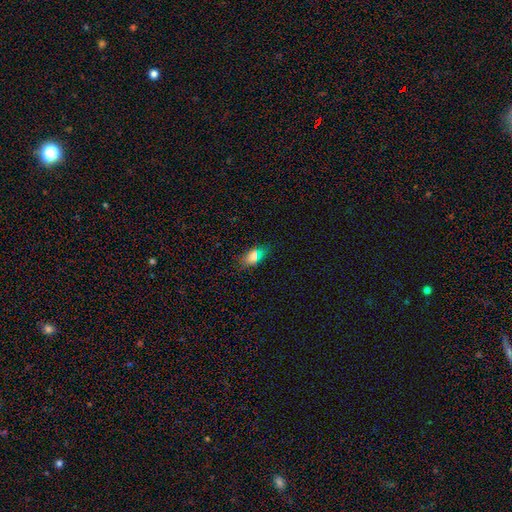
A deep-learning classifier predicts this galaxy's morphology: smooth-or-featured: smooth: 70% | star or artifact: 20% | featured or disk: 11%
  how-rounded: in between: 85% | round: 9% | cigar-shaped: 7%
  merging: none: 83% | minor disturbance: 12% | major disturbance: 3% | merger: 2%